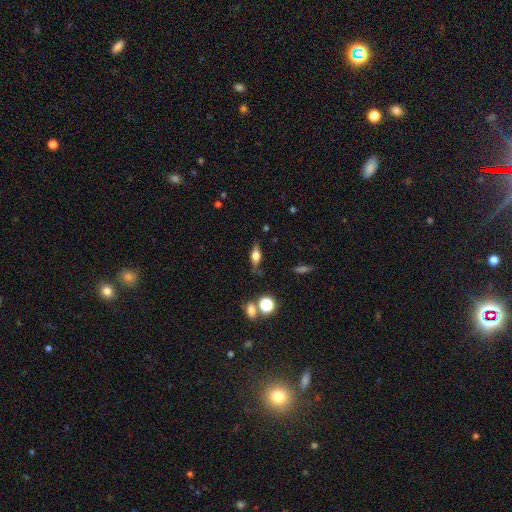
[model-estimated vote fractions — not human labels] A smooth galaxy with no disk features (57%) that is in between round and cigar-shaped (67%).

Vote fractions:
- Smooth or featured? smooth: 57% / featured or disk: 31% / star or artifact: 12%
- How rounded? in between: 67% / cigar-shaped: 23% / round: 10%
- Merging? none: 69% / minor disturbance: 21% / major disturbance: 7% / merger: 4%